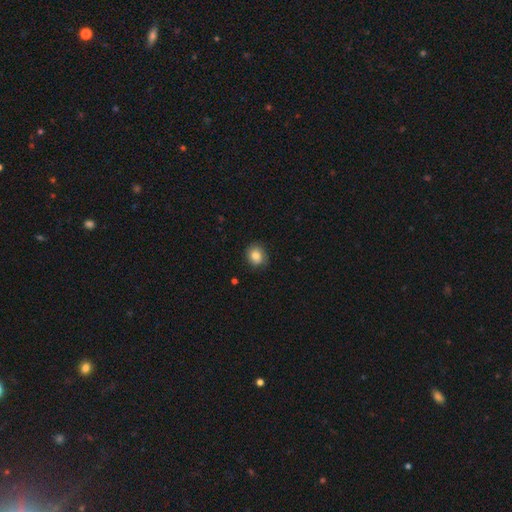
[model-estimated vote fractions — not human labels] Overall: smooth (80%). How rounded: round (66%; in between 33%). Merging: none (76%).